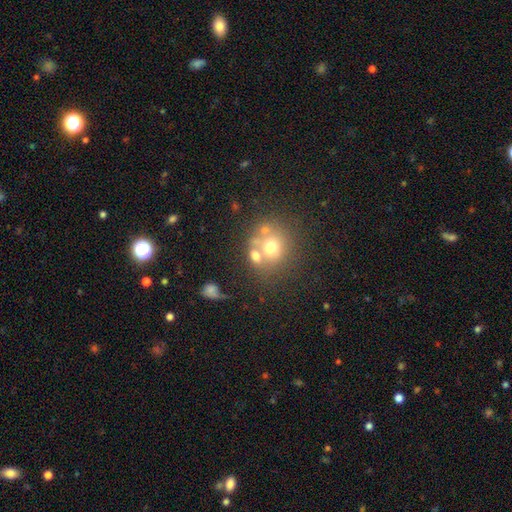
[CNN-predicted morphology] Q: Smooth or featured?
A: smooth (62%); runner-up: featured or disk (23%)
Q: How rounded?
A: round (74%); runner-up: in between (25%)
Q: Merging?
A: none (42%); runner-up: merger (38%)